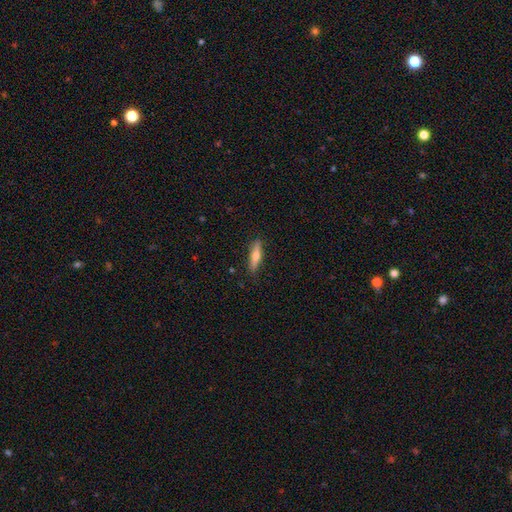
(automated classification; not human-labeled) A smooth galaxy with no disk features (55%) that is cigar-shaped (75%).

Vote fractions:
- Smooth or featured? smooth: 55% / featured or disk: 38% / star or artifact: 6%
- How rounded? cigar-shaped: 75% / in between: 23% / round: 2%
- Merging? none: 87% / minor disturbance: 10% / major disturbance: 2% / merger: 1%